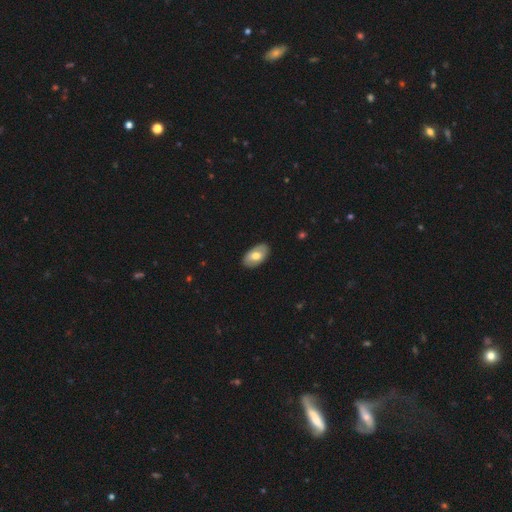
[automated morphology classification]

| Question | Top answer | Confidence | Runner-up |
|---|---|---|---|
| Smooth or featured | smooth | 59% | featured or disk (36%) |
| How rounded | in between | 94% | round (5%) |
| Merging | none | 86% | minor disturbance (10%) |